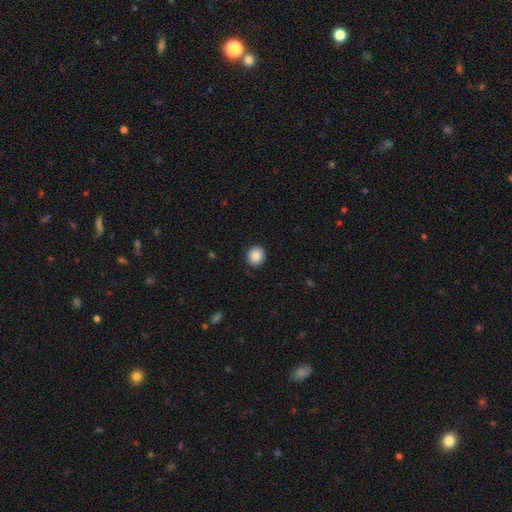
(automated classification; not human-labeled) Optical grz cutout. It shows a smooth galaxy with no disk features (88%) that is round (78%). Merging: none (91%).